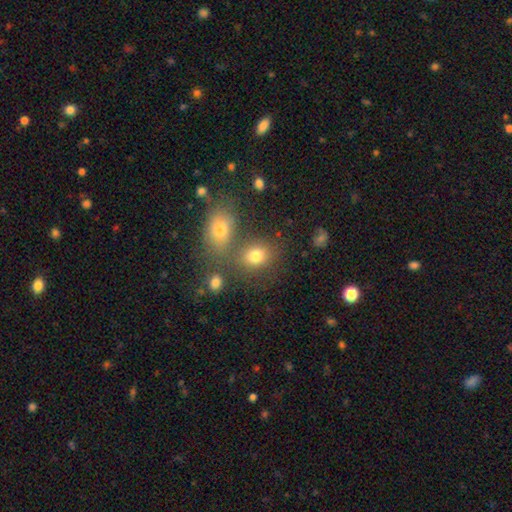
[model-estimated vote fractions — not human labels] Morphology: type=smooth (76%); roundness=in between (50%); merging=none (59%).